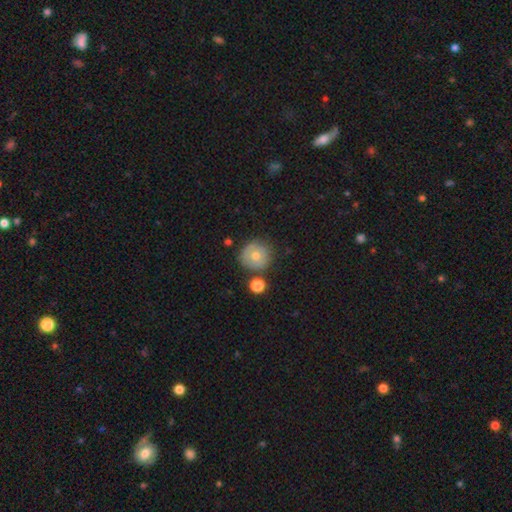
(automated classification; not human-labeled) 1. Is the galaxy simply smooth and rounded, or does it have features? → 62% smooth, 28% featured or disk, 10% star or artifact.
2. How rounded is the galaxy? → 94% round, 5% in between, 1% cigar-shaped.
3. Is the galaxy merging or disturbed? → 78% none, 12% minor disturbance, 6% merger, 3% major disturbance.